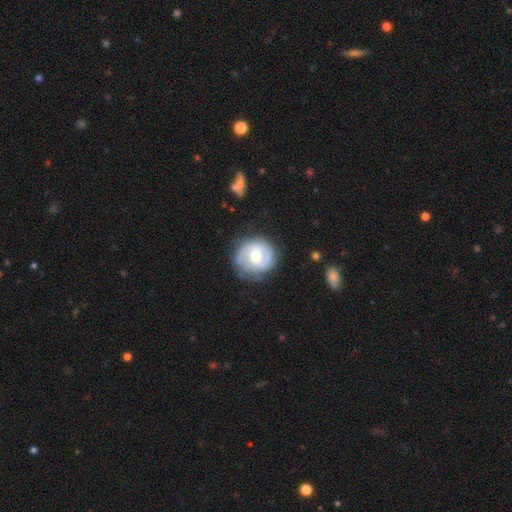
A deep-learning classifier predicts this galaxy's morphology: smooth_or_featured: featured or disk (p=0.66) [alt: smooth p=0.29]
disk_edge_on: no (p=0.97) [alt: yes p=0.03]
bar: no (p=0.45) [alt: weak p=0.42]
has_spiral_arms: yes (p=0.73) [alt: no p=0.27]
bulge_size: moderate (p=0.71) [alt: small p=0.13]
merging: none (p=0.71) [alt: minor disturbance p=0.19]